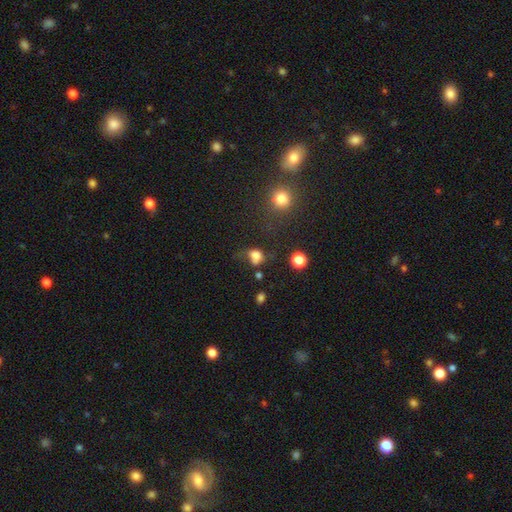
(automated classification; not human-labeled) smooth_or_featured: smooth (p=0.74) [alt: star or artifact p=0.15]
how_rounded: round (p=0.51) [alt: in between p=0.48]
merging: none (p=0.37) [alt: minor disturbance p=0.24]